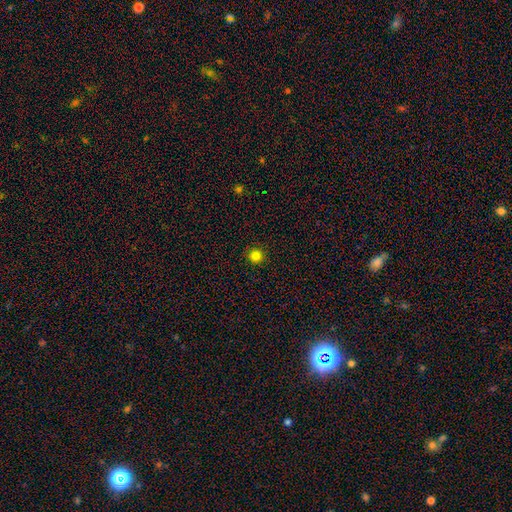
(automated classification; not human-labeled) A smooth galaxy with no disk features (82%) that is round (95%). Merging: none (93%).